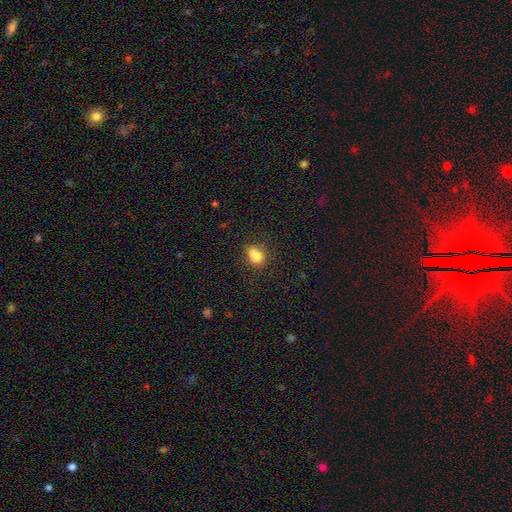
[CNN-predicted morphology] smooth_or_featured: smooth (p=0.80) [alt: star or artifact p=0.12]
how_rounded: in between (p=0.65) [alt: round p=0.32]
merging: none (p=0.50) [alt: minor disturbance p=0.22]